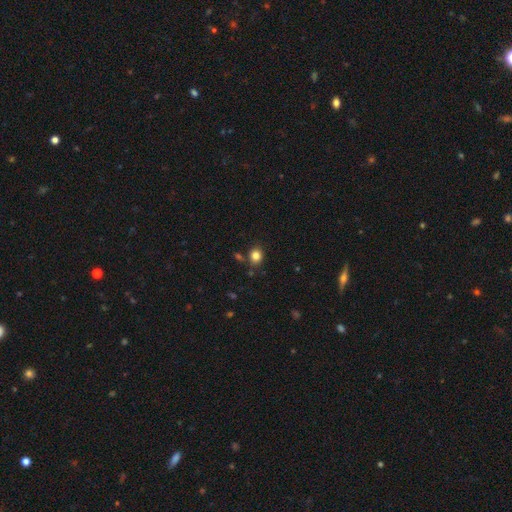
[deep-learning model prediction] The model was most divided on "how rounded": round: 61%, in between: 38%, cigar-shaped: 1%. More confident: smooth or featured — smooth (83%); merging — none (80%).